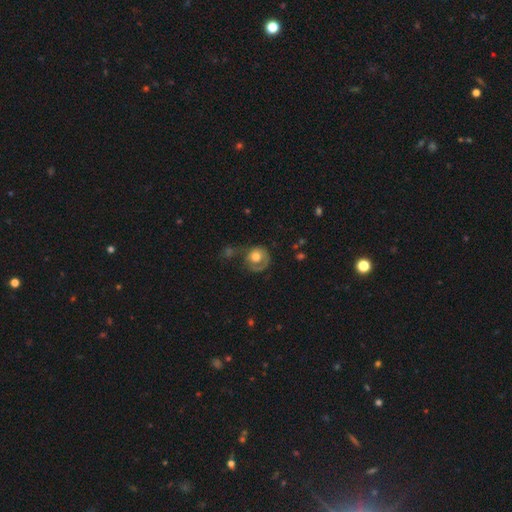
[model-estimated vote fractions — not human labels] Q: Smooth or featured?
A: smooth (56%); runner-up: featured or disk (36%)
Q: How rounded?
A: round (79%); runner-up: in between (20%)
Q: Merging?
A: none (44%); runner-up: major disturbance (27%)